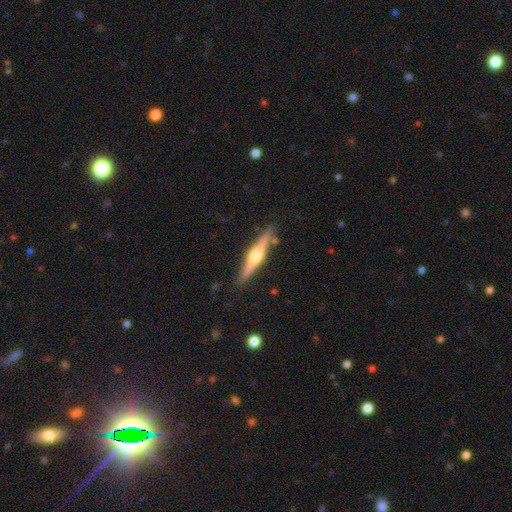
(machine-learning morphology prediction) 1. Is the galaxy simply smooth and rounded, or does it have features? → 71% featured or disk, 24% smooth, 6% star or artifact.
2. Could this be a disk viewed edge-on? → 97% yes, 3% no.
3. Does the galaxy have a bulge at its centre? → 92% rounded, 5% boxy, 3% none.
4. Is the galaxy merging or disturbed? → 86% none, 9% minor disturbance, 3% merger, 2% major disturbance.